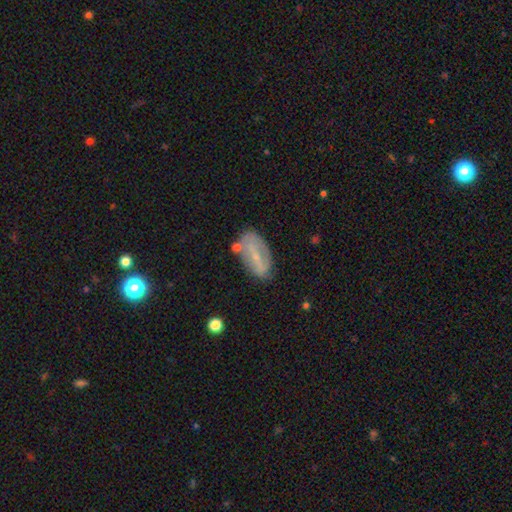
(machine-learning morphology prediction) smooth_or_featured: featured or disk (p=0.55) [alt: smooth p=0.36]
disk_edge_on: no (p=0.88) [alt: yes p=0.12]
merging: none (p=0.68) [alt: minor disturbance p=0.20]